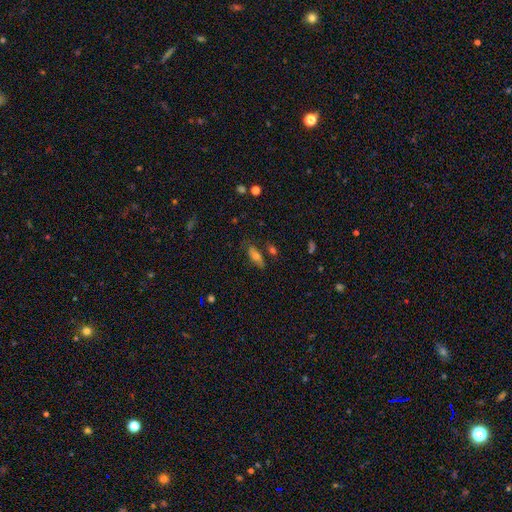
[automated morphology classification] A smooth galaxy with no disk features (63%) that is in between round and cigar-shaped (68%). Merging: none (71%).